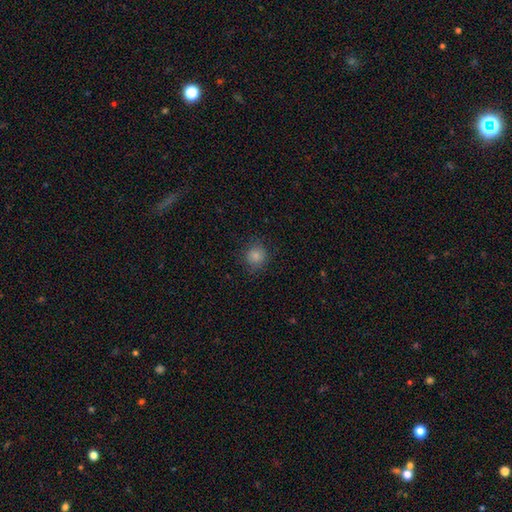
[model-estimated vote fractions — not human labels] Morphology: type=smooth (85%); roundness=round (90%); merging=none (87%).